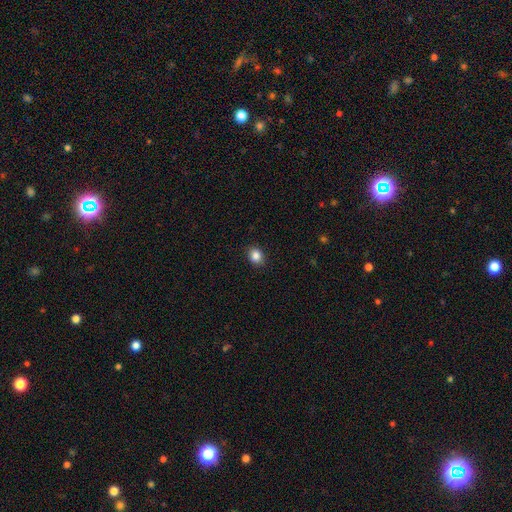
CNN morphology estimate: Smooth or featured: smooth — 86% (star or artifact — 10%)
How rounded: round — 55% (in between — 44%)
Merging: none — 89% (minor disturbance — 8%)